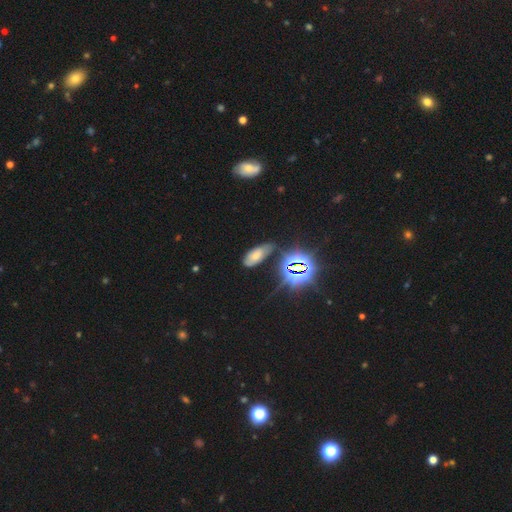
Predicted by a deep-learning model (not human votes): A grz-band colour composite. It shows a smooth galaxy with no disk features (41%). Merging: none (60%).